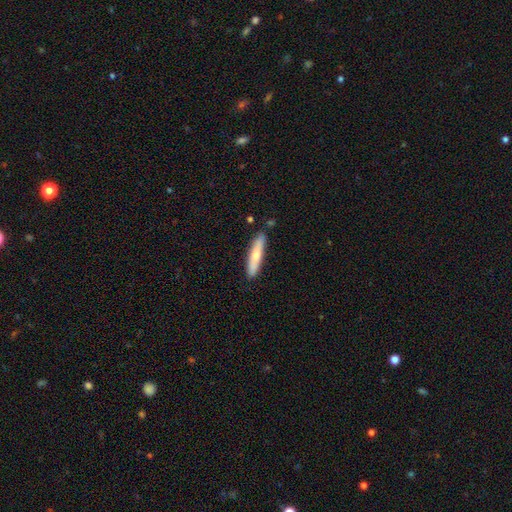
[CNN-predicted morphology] Smooth or featured: smooth — 62% (featured or disk — 33%)
How rounded: cigar-shaped — 83% (in between — 15%)
Merging: none — 85% (minor disturbance — 11%)